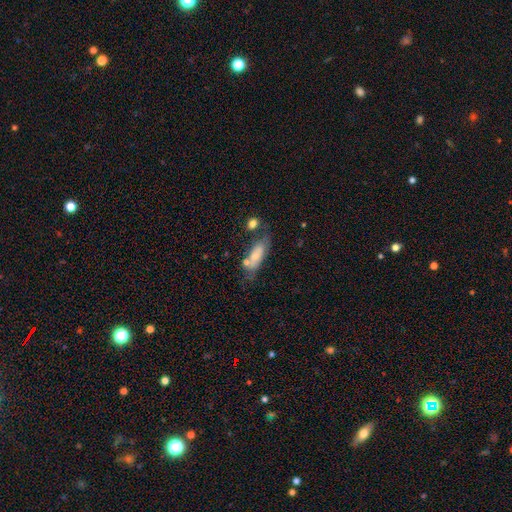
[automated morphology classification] Smooth or featured: smooth — 67% (featured or disk — 25%)
How rounded: in between — 69% (cigar-shaped — 28%)
Merging: none — 48% (minor disturbance — 24%)